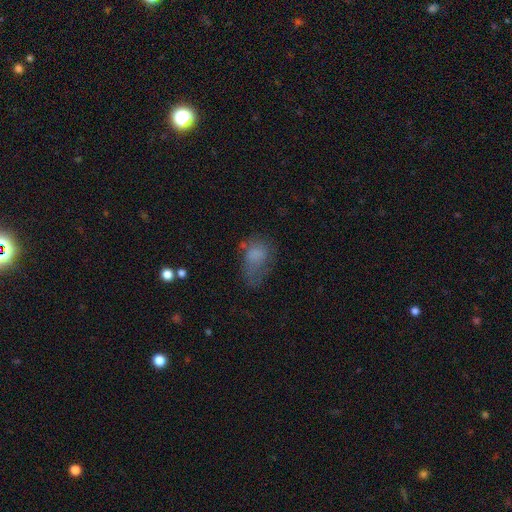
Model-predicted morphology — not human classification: This appears to be a smooth galaxy with no disk features (65%) that is in between round and cigar-shaped (82%). Merging: major disturbance (37%).